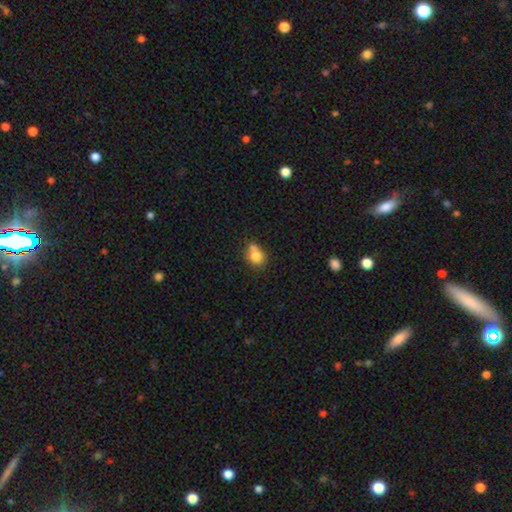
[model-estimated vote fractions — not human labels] Smooth or featured?
  - smooth: 78% *
  - featured or disk: 12%
  - star or artifact: 10%
How rounded?
  - round: 60% *
  - in between: 39%
  - cigar-shaped: 1%
Merging?
  - none: 42% *
  - merger: 35%
  - minor disturbance: 17%
  - major disturbance: 5%